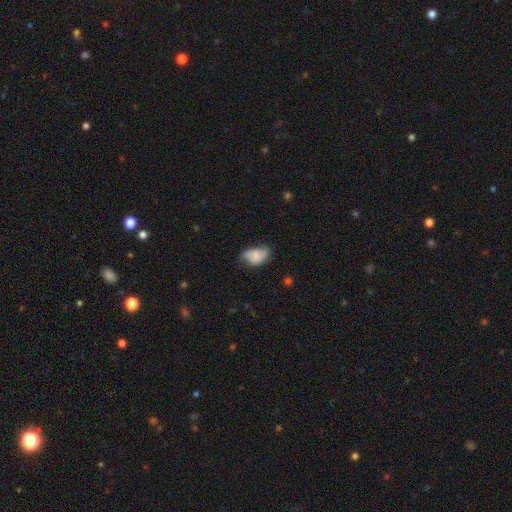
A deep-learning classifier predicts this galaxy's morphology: smooth 64%, featured or disk 27%, star or artifact 8%. Down the decision tree: how rounded — in between (88%); merging — none (44%).